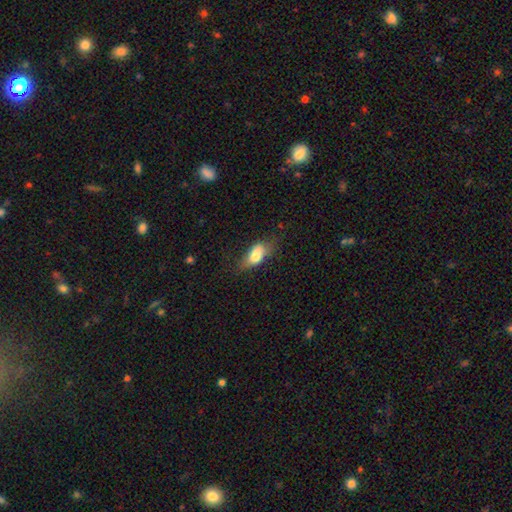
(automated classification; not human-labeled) This is likely a smooth galaxy (73%). How rounded: clearly in between (83%). Merging: possibly none (47%).